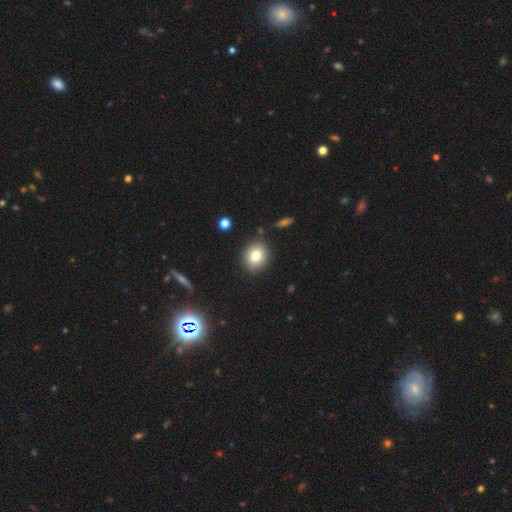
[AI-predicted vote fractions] This is likely a smooth galaxy (79%). How rounded: likely round (68%). Merging: clearly none (87%).